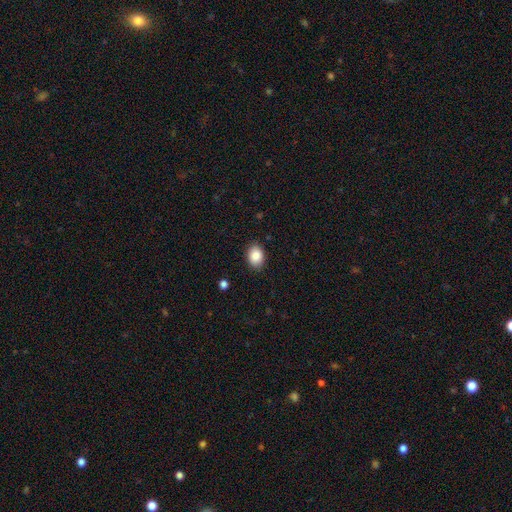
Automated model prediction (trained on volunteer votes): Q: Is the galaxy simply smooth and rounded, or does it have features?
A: smooth — 88%.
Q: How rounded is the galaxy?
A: in between — 69%.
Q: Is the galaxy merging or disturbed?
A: none — 88%.